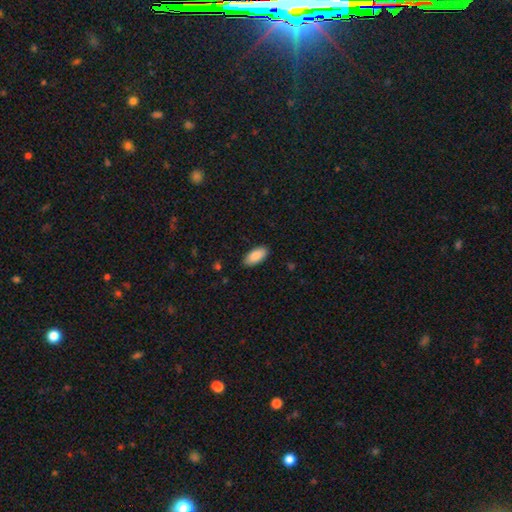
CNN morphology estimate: A smooth galaxy with no disk features (89%) that is in between round and cigar-shaped (93%). Merging: none (88%).